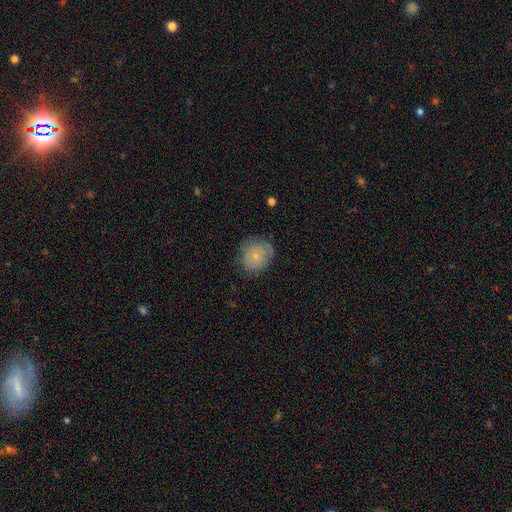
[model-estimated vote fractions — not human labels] This is likely a smooth galaxy (74%). How rounded: clearly round (85%). Merging: likely none (72%).